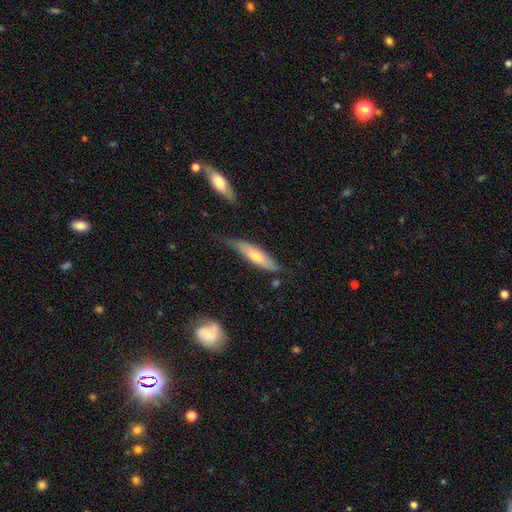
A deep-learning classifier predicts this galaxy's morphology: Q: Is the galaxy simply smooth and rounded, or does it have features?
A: smooth — 57%.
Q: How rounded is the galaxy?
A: cigar-shaped — 69%.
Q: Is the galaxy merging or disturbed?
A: none — 57%.